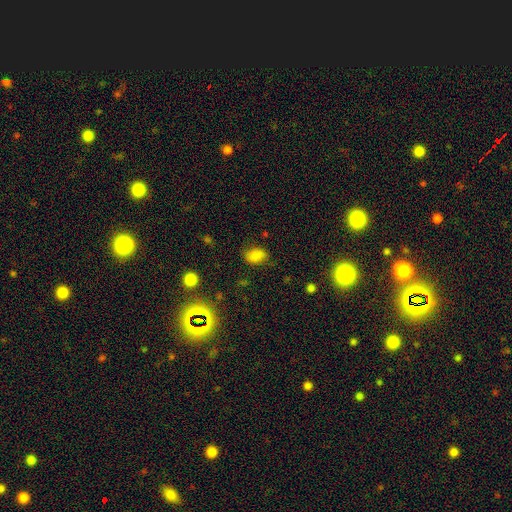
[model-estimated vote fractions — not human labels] Smooth or featured: smooth — 79% (star or artifact — 13%)
How rounded: in between — 80% (round — 19%)
Merging: none — 75% (minor disturbance — 19%)